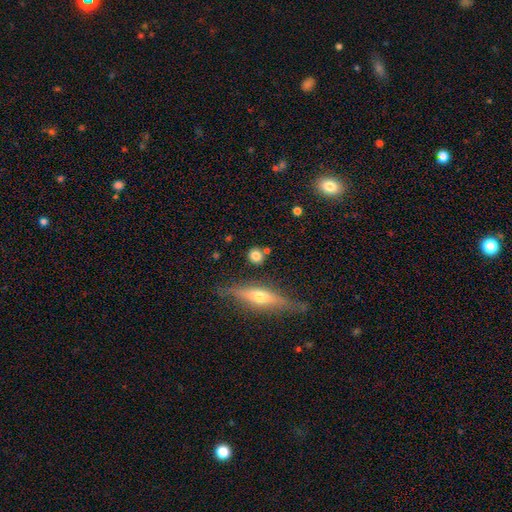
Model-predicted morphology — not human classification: This appears to be a smooth galaxy with no disk features (78%) that is round (82%). Merging: none (80%).